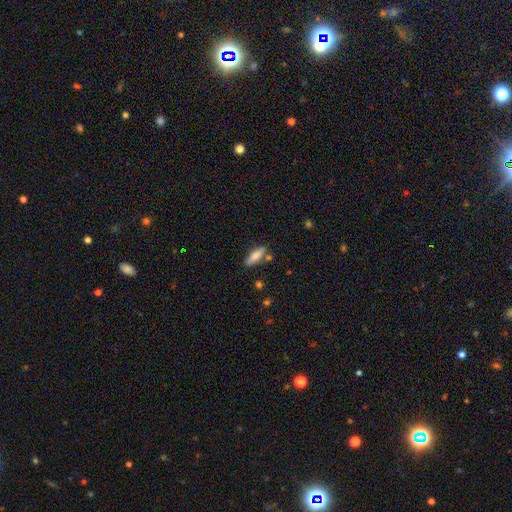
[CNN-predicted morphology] A smooth galaxy with no disk features (76%) that is cigar-shaped (51%).

Vote fractions:
- Smooth or featured? smooth: 76% / featured or disk: 17% / star or artifact: 7%
- How rounded? cigar-shaped: 51% / in between: 47% / round: 2%
- Merging? none: 78% / minor disturbance: 13% / merger: 6% / major disturbance: 3%